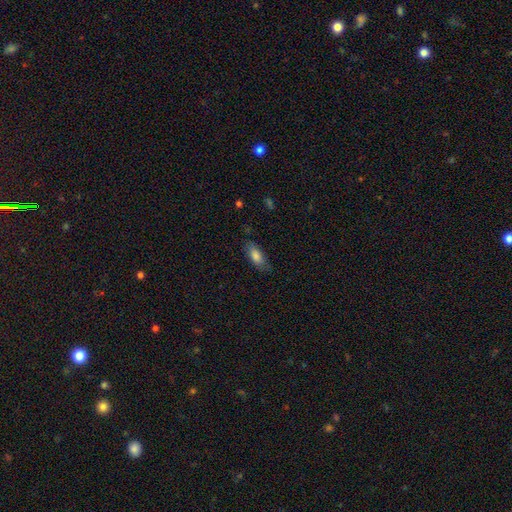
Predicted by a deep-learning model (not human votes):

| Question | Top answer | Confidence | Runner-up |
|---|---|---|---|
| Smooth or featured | smooth | 80% | featured or disk (13%) |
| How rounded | in between | 78% | cigar-shaped (20%) |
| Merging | none | 74% | minor disturbance (20%) |